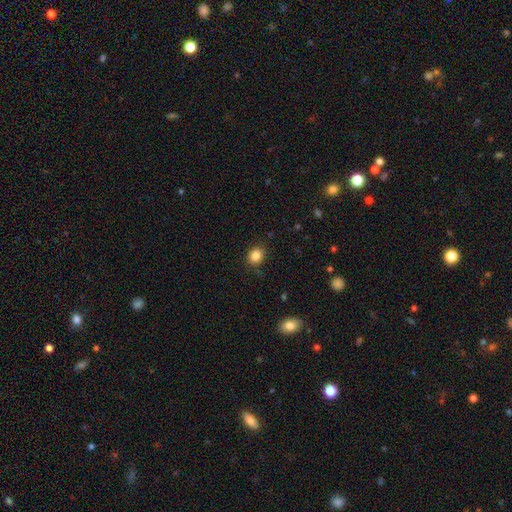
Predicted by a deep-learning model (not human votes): smooth-or-featured: smooth: 85% | star or artifact: 10% | featured or disk: 4%
  how-rounded: round: 61% | in between: 38% | cigar-shaped: 1%
  merging: none: 85% | minor disturbance: 11% | major disturbance: 3% | merger: 1%